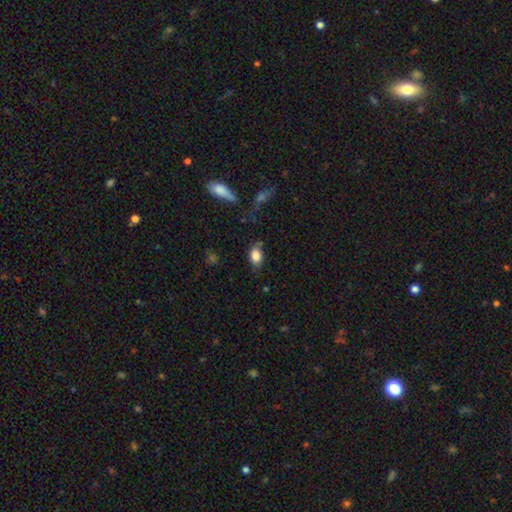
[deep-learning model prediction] smooth-or-featured: smooth: 85% | star or artifact: 8% | featured or disk: 7%
  how-rounded: in between: 82% | round: 15% | cigar-shaped: 2%
  merging: none: 69% | minor disturbance: 22% | major disturbance: 6% | merger: 3%